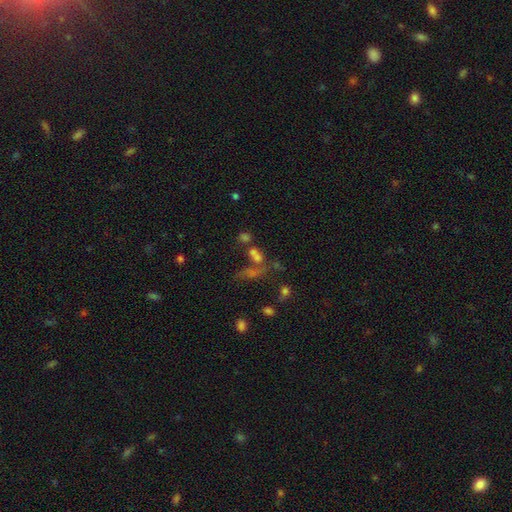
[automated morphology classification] Smooth or featured: smooth — 41% (star or artifact — 36%)
Merging: none — 38% (merger — 36%)